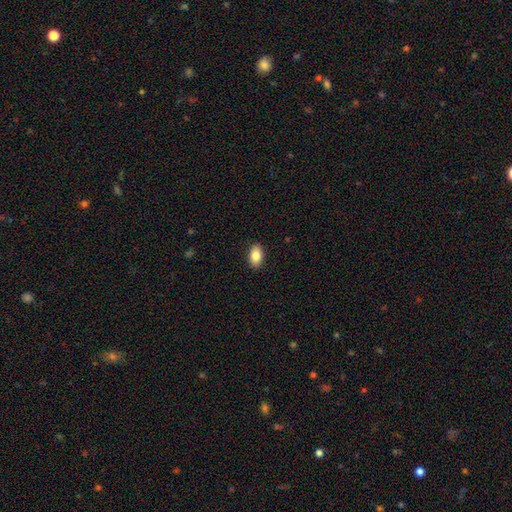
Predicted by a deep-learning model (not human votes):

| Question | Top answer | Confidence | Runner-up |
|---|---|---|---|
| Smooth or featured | smooth | 84% | featured or disk (8%) |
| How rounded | in between | 91% | round (7%) |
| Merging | none | 90% | minor disturbance (8%) |